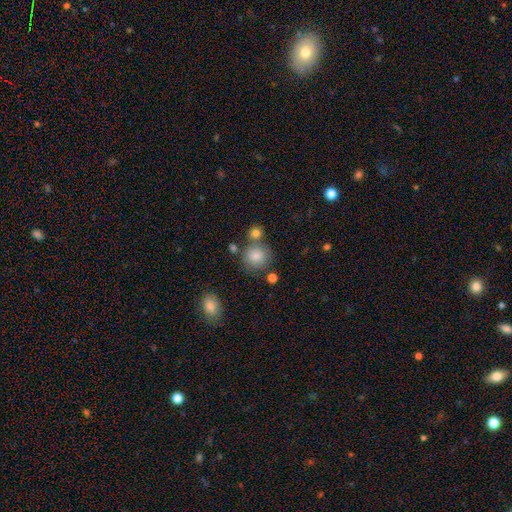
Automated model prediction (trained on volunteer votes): Smooth or featured? Predicted: smooth (p=0.80). How rounded? Predicted: round (p=0.87). Merging? Predicted: none (p=0.70).